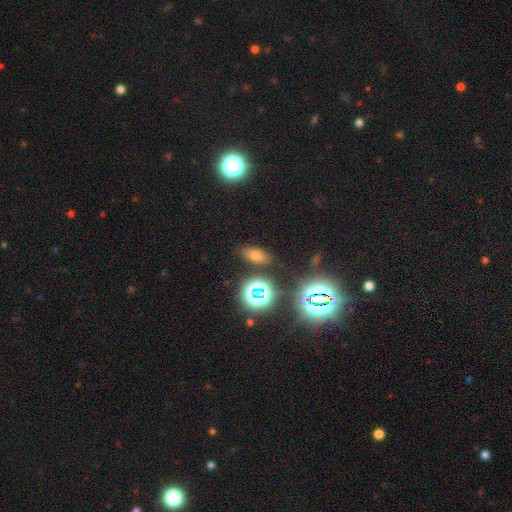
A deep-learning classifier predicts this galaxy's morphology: Smooth or featured: smooth — 56% (star or artifact — 34%)
How rounded: in between — 78% (round — 15%)
Merging: none — 84% (minor disturbance — 9%)